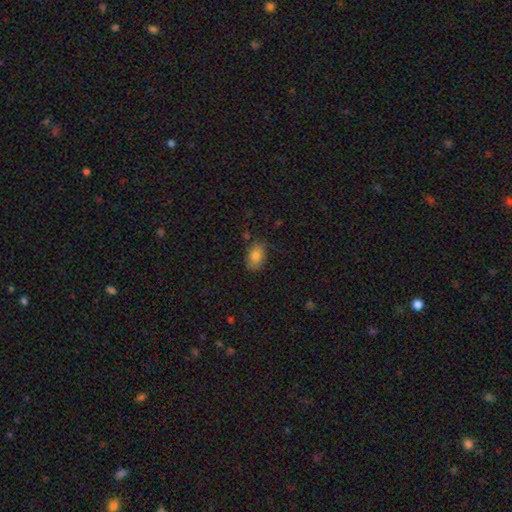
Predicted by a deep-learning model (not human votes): Smooth or featured? smooth (83%)
How rounded? in between (87%)
Merging? none (78%)